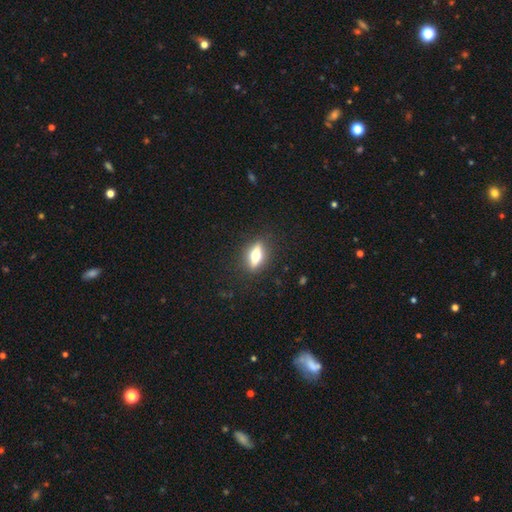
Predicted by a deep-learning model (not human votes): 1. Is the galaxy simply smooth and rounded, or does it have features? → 47% featured or disk, 45% smooth, 8% star or artifact.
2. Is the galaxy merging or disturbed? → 86% none, 9% minor disturbance, 3% major disturbance, 1% merger.